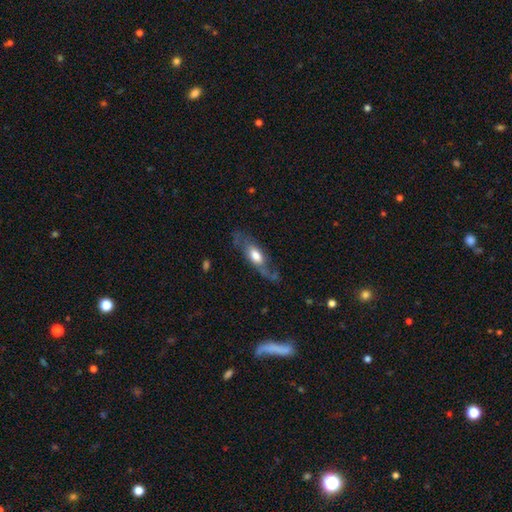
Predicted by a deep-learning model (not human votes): smooth-or-featured: featured or disk: 51% | smooth: 43% | star or artifact: 6%
  disk-edge-on: no: 65% | yes: 35%
  merging: none: 59% | minor disturbance: 23% | major disturbance: 14% | merger: 3%